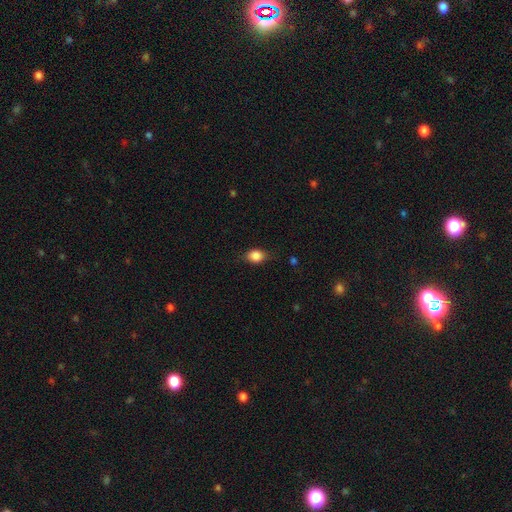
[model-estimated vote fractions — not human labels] The model was most divided on "how rounded": in between: 64%, round: 34%, cigar-shaped: 3%. More confident: smooth or featured — smooth (83%); merging — none (74%).